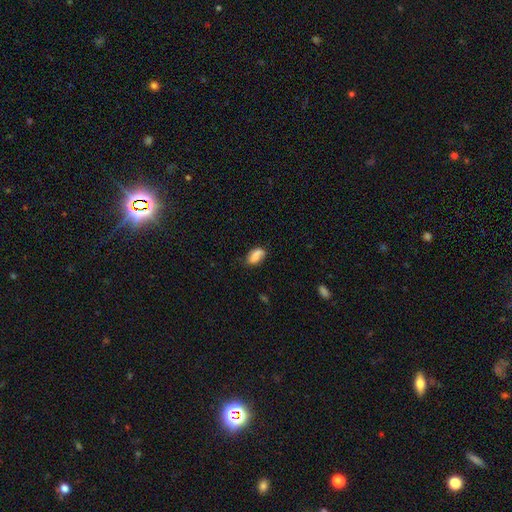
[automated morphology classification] The model was most divided on "merging": none: 64%, minor disturbance: 25%, major disturbance: 6%, merger: 4%. More confident: how rounded — in between (90%); smooth or featured — smooth (77%).